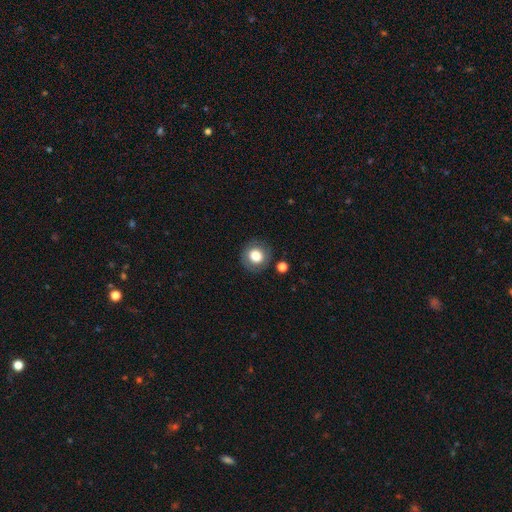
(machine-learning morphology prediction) A smooth galaxy with no disk features (78%) that is round (88%).

Vote fractions:
- Smooth or featured? smooth: 78% / featured or disk: 13% / star or artifact: 9%
- How rounded? round: 88% / in between: 11% / cigar-shaped: 1%
- Merging? none: 86% / minor disturbance: 9% / major disturbance: 3% / merger: 2%